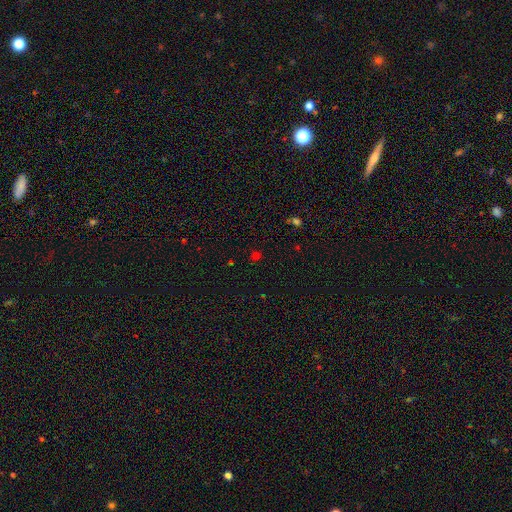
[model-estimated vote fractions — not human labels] The model was most divided on "smooth or featured": smooth: 50%, star or artifact: 44%, featured or disk: 6%. More confident: merging — none (80%); how rounded — round (80%).